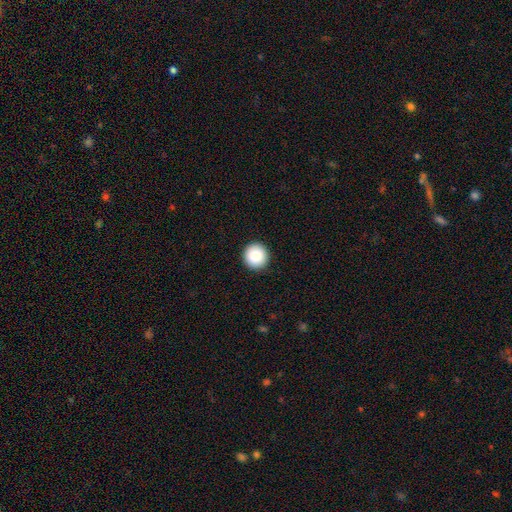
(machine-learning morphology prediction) The model was most divided on "smooth or featured": smooth: 87%, star or artifact: 8%, featured or disk: 4%. More confident: how rounded — round (94%); merging — none (93%).